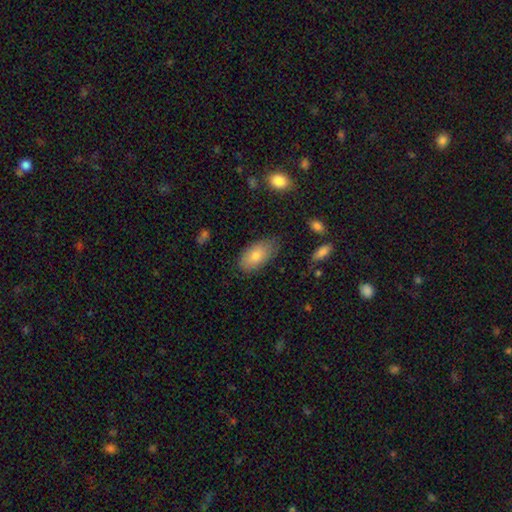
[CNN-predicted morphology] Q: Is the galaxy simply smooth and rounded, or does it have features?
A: smooth — 77%.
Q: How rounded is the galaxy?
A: in between — 93%.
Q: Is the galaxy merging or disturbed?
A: none — 75%.